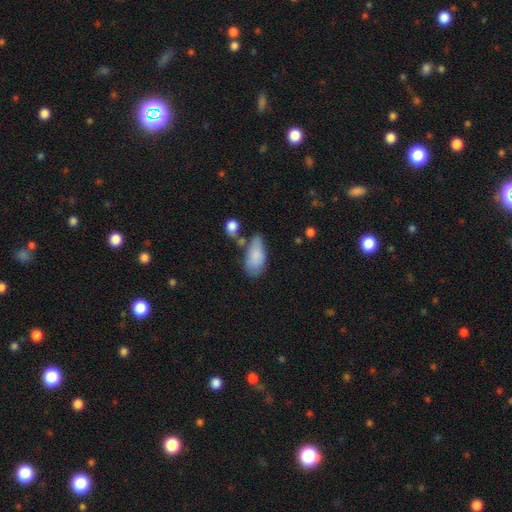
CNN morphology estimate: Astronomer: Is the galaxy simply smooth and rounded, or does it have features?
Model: smooth — 83%.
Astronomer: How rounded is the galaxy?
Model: in between — 92%.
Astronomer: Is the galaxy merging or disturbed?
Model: none — 46% (runner-up: minor disturbance, 29%).